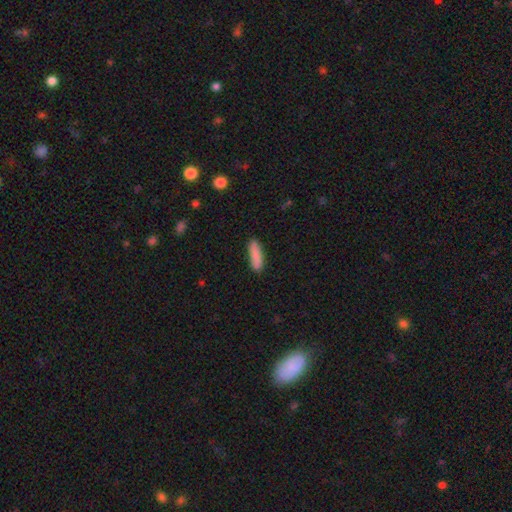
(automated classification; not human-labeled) Overall: smooth (88%). How rounded: cigar-shaped (61%; in between 38%). Merging: none (87%).